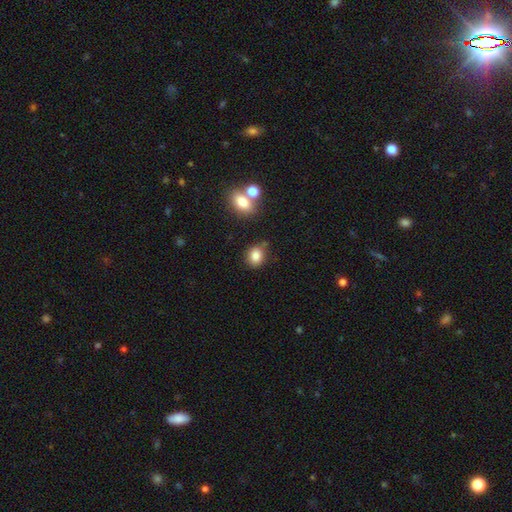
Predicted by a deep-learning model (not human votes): Smooth or featured? Predicted: smooth (p=0.83). How rounded? Predicted: round (p=0.56). Merging? Predicted: none (p=0.73).